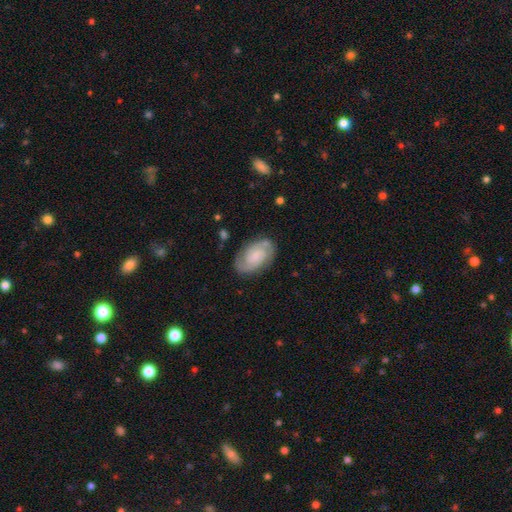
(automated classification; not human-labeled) smooth-or-featured: featured or disk: 81% | smooth: 13% | star or artifact: 6%
  disk-edge-on: no: 97% | yes: 3%
    bar: no: 62% | weak: 32% | strong: 7%
    has-spiral-arms: yes: 96% | no: 4%
      spiral-winding: tight: 51% | medium: 40% | loose: 9%
      spiral-arm-count: 2: 87% | can't tell: 6% | 3: 3% | 1: 2% | 4: 1% | more than 4: 1%
    bulge-size: small: 49% | moderate: 23% | none: 22% | large: 5% | dominant: 2%
  merging: none: 81% | minor disturbance: 13% | major disturbance: 4% | merger: 1%